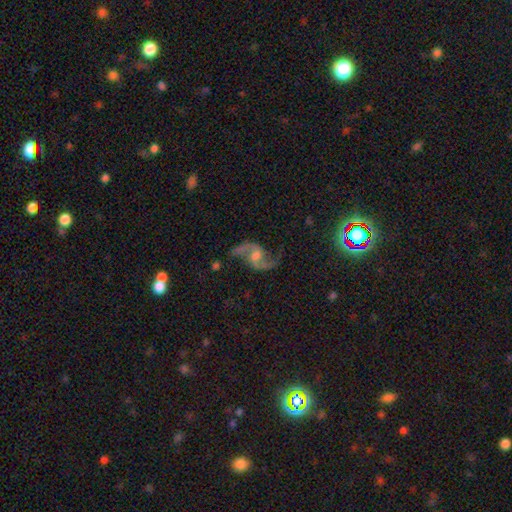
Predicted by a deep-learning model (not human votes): A featured or disk galaxy (90%) with no bar (49%), 2 (94%) loose (66%) spiral arms (97%) and a moderate central bulge (57%).

Vote fractions:
- Smooth or featured? featured or disk: 90% / star or artifact: 6% / smooth: 4%
- Edge-on disk? no: 98% / yes: 2%
- Bar? no: 49% / weak: 40% / strong: 11%
- Spiral arms? yes: 97% / no: 3%
- Spiral winding? loose: 66% / medium: 29% / tight: 5%
- Spiral arm count? 2: 94% / can't tell: 1% / 1: 1% / 3: 1% / 4: 1% / more than 4: 1%
- Bulge size? moderate: 57% / small: 30% / large: 6% / none: 6% / dominant: 1%
- Merging? none: 75% / minor disturbance: 15% / major disturbance: 8% / merger: 2%